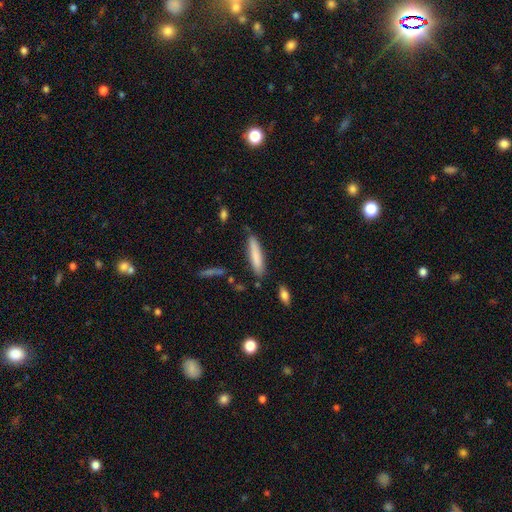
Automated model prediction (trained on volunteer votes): This appears to be a smooth galaxy with no disk features (81%) that is cigar-shaped (85%). Merging: none (82%).